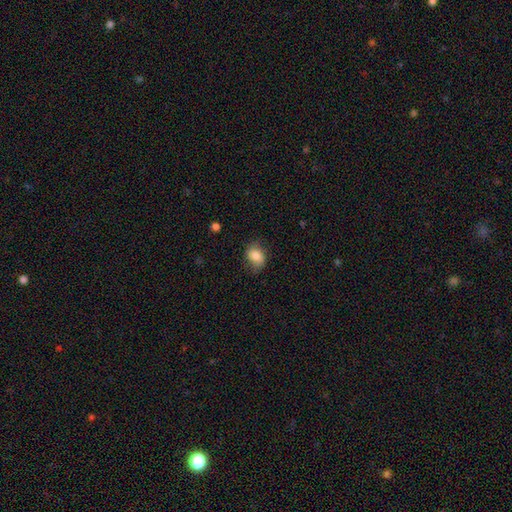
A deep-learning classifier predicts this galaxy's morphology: Overall: smooth (80%). How rounded: in between (59%; round 40%). Merging: none (68%).